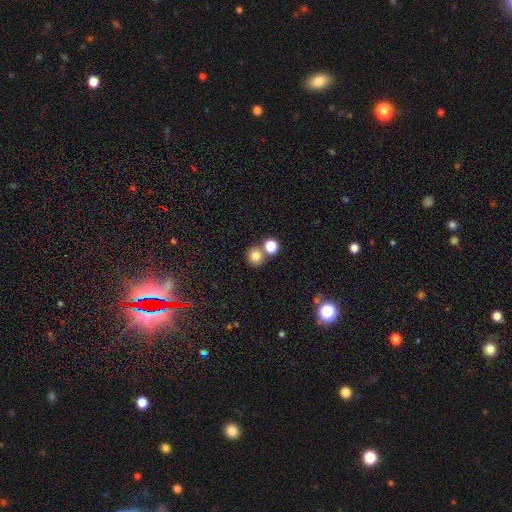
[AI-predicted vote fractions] A smooth galaxy with no disk features (80%) that is round (88%).

Vote fractions:
- Smooth or featured? smooth: 80% / star or artifact: 13% / featured or disk: 7%
- How rounded? round: 88% / in between: 11% / cigar-shaped: 1%
- Merging? none: 66% / merger: 24% / minor disturbance: 7% / major disturbance: 3%